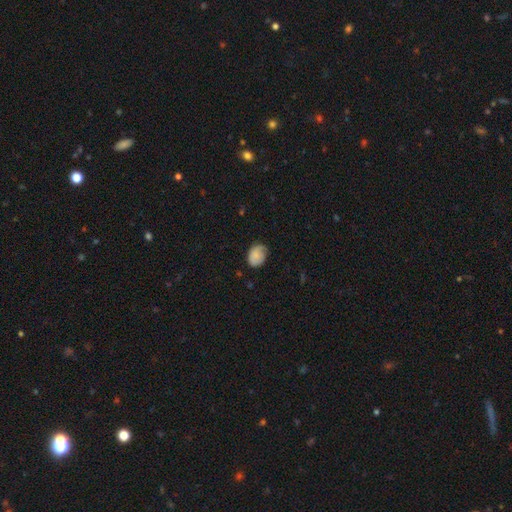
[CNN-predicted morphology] Q: Smooth or featured?
A: smooth (76%); runner-up: featured or disk (17%)
Q: How rounded?
A: in between (68%); runner-up: round (31%)
Q: Merging?
A: none (59%); runner-up: minor disturbance (31%)